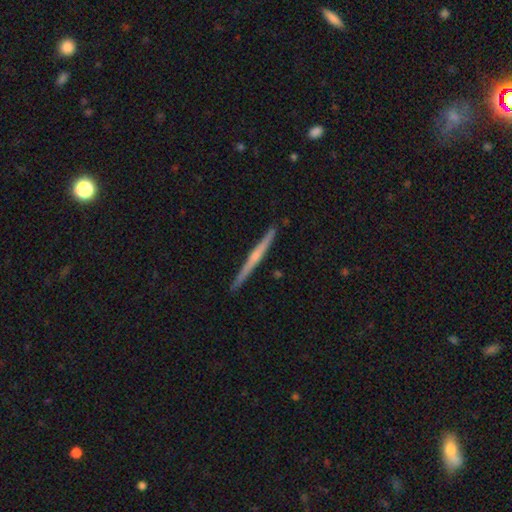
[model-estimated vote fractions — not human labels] This appears to be a featured or disk galaxy (68%) viewed edge-on (98%) with a rounded central bulge (55%). Merging: none (91%).